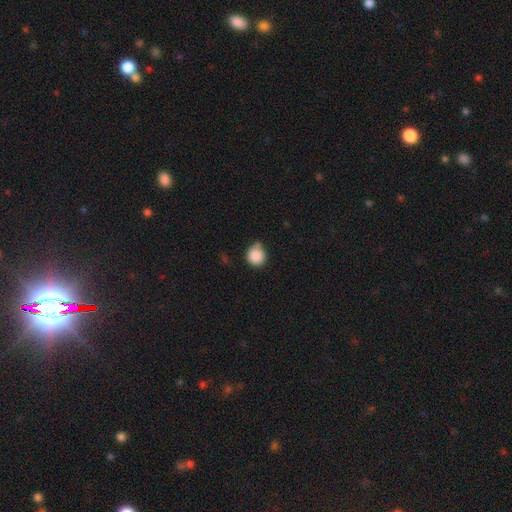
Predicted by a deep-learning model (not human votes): Q: Smooth or featured?
A: smooth (87%); runner-up: star or artifact (9%)
Q: How rounded?
A: round (88%); runner-up: in between (11%)
Q: Merging?
A: none (57%); runner-up: minor disturbance (31%)